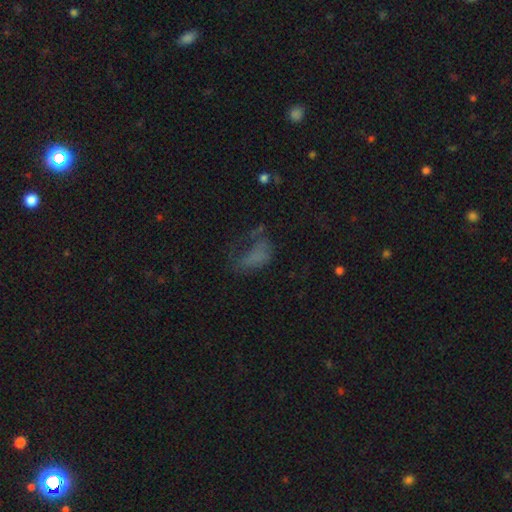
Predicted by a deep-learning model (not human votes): This appears to be a smooth galaxy with no disk features (52%) that is in between round and cigar-shaped (85%). Merging: major disturbance (48%).